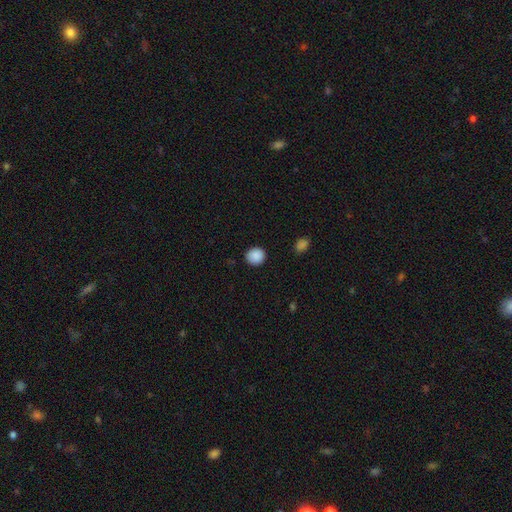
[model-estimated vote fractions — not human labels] Smooth or featured? smooth (89%)
How rounded? round (87%)
Merging? none (90%)